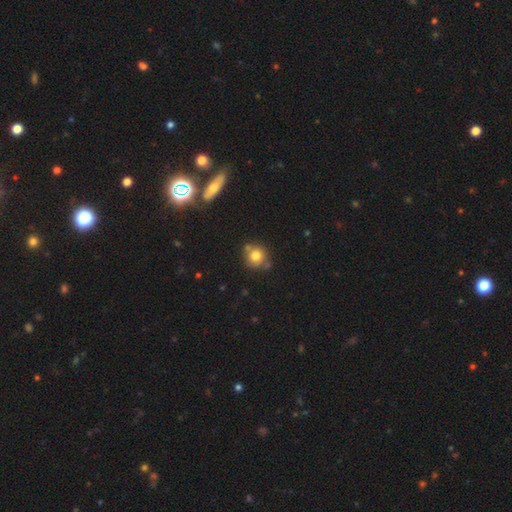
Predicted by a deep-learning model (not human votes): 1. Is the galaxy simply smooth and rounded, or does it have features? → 78% smooth, 11% star or artifact, 11% featured or disk.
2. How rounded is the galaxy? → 89% round, 10% in between, 1% cigar-shaped.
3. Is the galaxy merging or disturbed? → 69% none, 14% minor disturbance, 12% merger, 4% major disturbance.